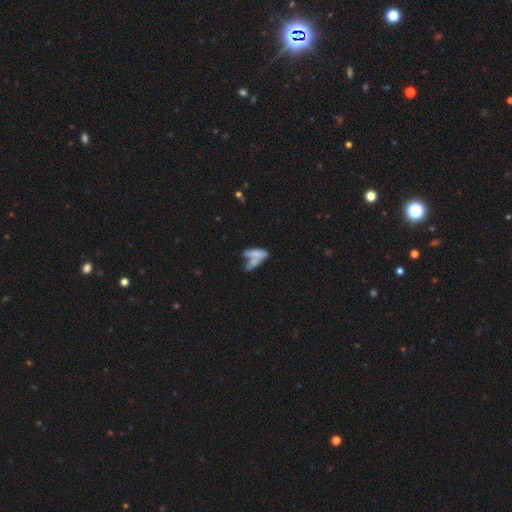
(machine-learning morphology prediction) A smooth galaxy with no disk features (66%) that is in between round and cigar-shaped (69%).

Vote fractions:
- Smooth or featured? smooth: 66% / featured or disk: 24% / star or artifact: 10%
- How rounded? in between: 69% / cigar-shaped: 27% / round: 4%
- Merging? merger: 60% / none: 23% / minor disturbance: 9% / major disturbance: 8%